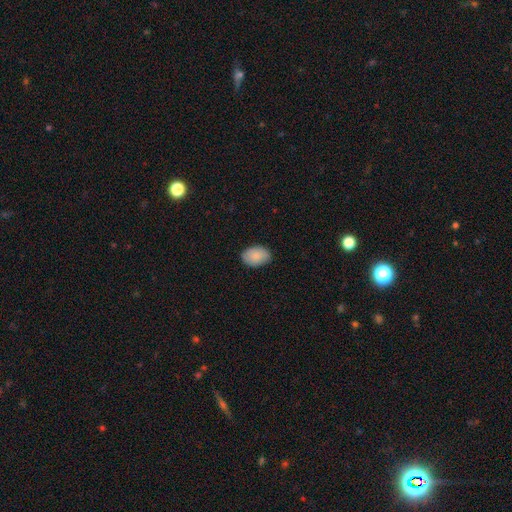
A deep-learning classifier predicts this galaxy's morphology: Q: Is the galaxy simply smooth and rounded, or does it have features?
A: smooth — 84%.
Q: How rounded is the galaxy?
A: in between — 82%.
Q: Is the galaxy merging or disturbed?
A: none — 82%.